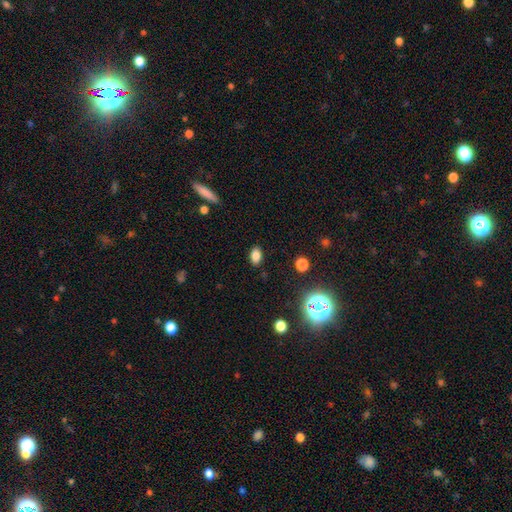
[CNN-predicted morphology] A smooth galaxy with no disk features (82%) that is in between round and cigar-shaped (85%).

Vote fractions:
- Smooth or featured? smooth: 82% / star or artifact: 13% / featured or disk: 6%
- How rounded? in between: 85% / round: 13% / cigar-shaped: 2%
- Merging? none: 87% / minor disturbance: 9% / major disturbance: 2% / merger: 1%